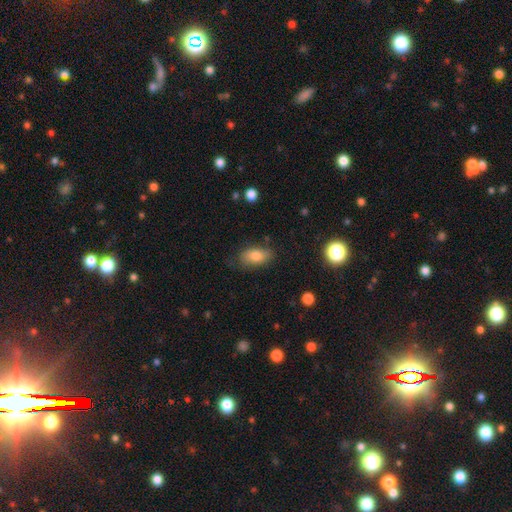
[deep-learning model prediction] The model was most divided on "merging": none: 70%, minor disturbance: 21%, major disturbance: 6%, merger: 2%. More confident: how rounded — in between (90%); smooth or featured — smooth (80%).